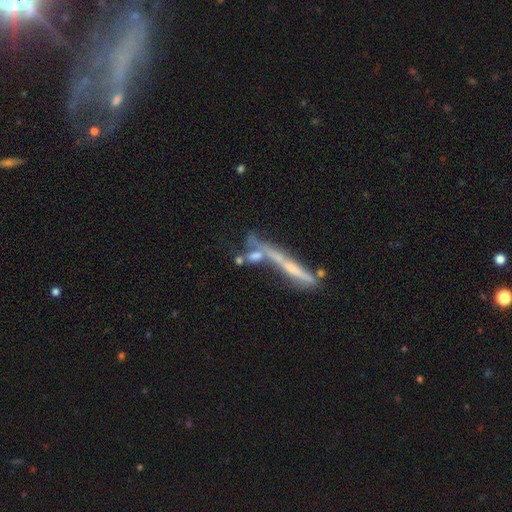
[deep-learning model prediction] Q: Smooth or featured?
A: smooth (48%); runner-up: featured or disk (38%)
Q: Merging?
A: merger (42%); runner-up: none (35%)